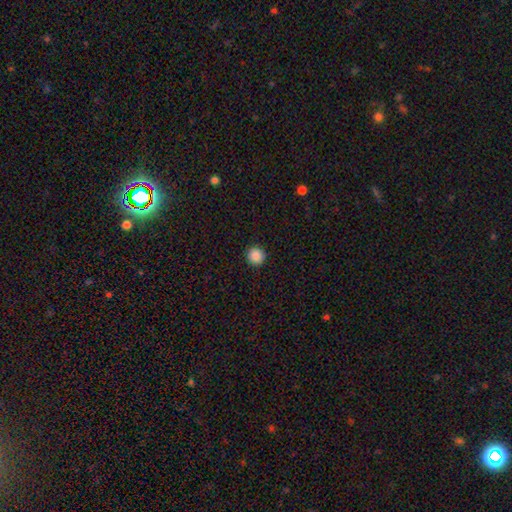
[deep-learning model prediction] This is clearly a smooth galaxy (88%). How rounded: clearly round (94%). Merging: clearly none (93%).